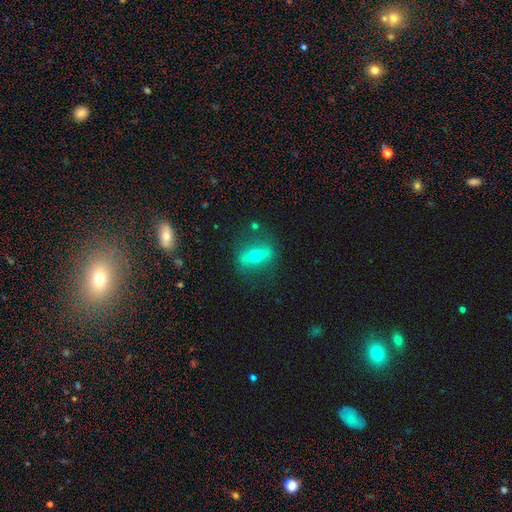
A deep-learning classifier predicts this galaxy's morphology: smooth_or_featured: featured or disk (p=0.62) [alt: smooth p=0.29]
disk_edge_on: yes (p=0.54) [alt: no p=0.46]
merging: none (p=0.80) [alt: minor disturbance p=0.12]